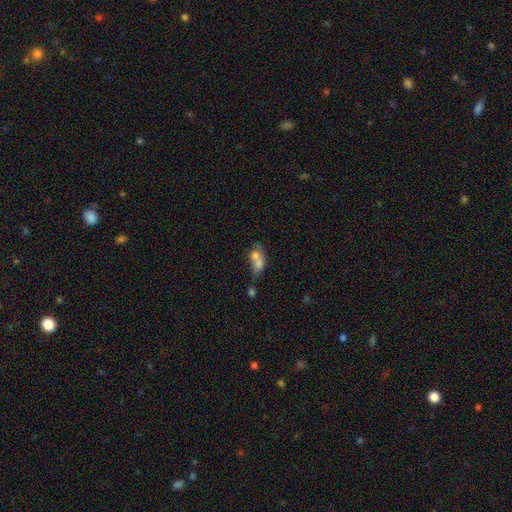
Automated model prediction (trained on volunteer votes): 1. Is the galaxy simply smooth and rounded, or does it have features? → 49% smooth, 30% featured or disk, 21% star or artifact.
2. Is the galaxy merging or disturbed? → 49% merger, 28% none, 12% minor disturbance, 11% major disturbance.